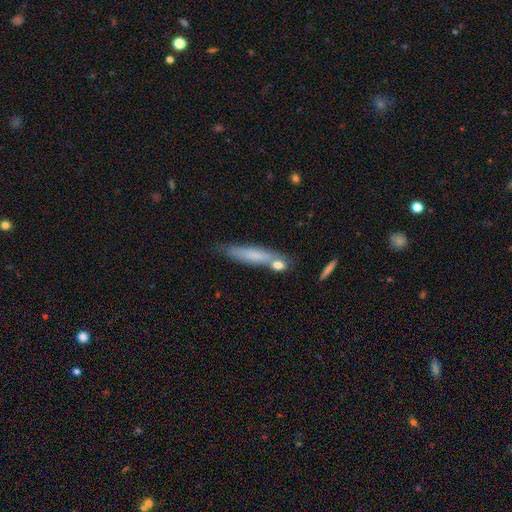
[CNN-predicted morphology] smooth 63%, featured or disk 28%, star or artifact 8%. Down the decision tree: how rounded — cigar-shaped (88%); merging — none (70%).